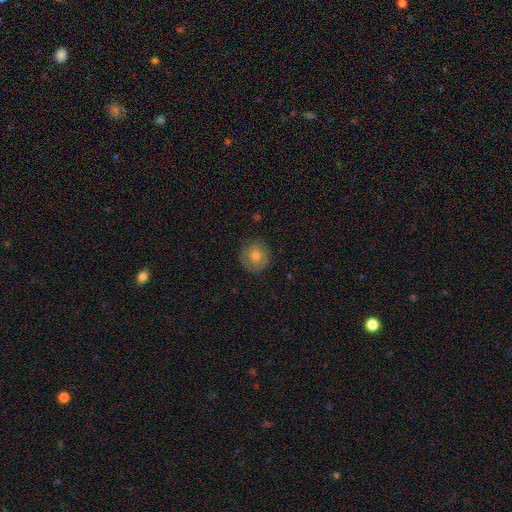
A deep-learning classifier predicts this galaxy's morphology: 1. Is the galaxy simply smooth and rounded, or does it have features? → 69% smooth, 21% featured or disk, 10% star or artifact.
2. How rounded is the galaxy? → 94% round, 5% in between, 1% cigar-shaped.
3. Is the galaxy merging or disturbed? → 86% none, 10% minor disturbance, 2% major disturbance, 1% merger.